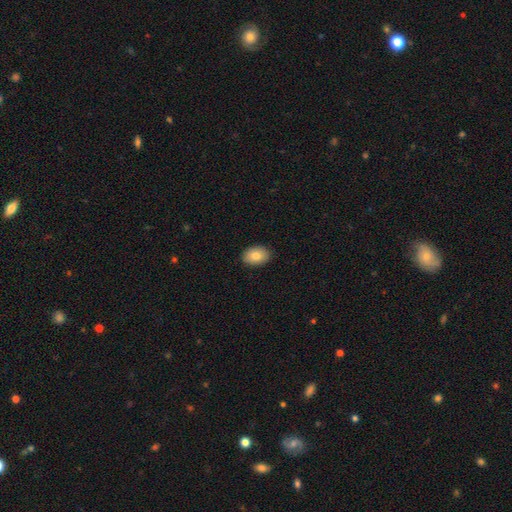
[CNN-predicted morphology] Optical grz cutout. It shows a smooth galaxy with no disk features (82%) that is in between round and cigar-shaped (78%). Merging: none (90%).